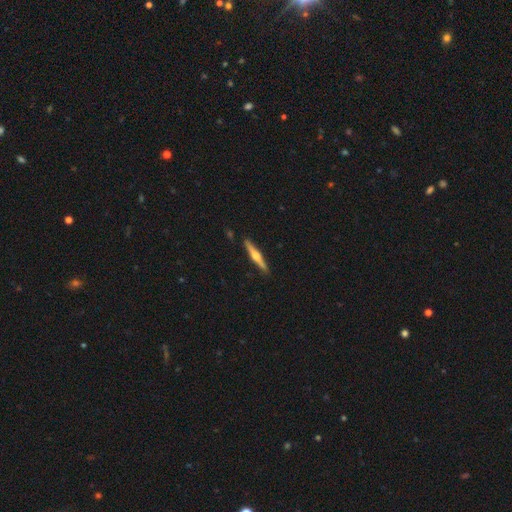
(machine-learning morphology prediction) type=featured or disk (69%); edge-on=yes (98%); edge-on bulge=rounded (87%); merging=none (90%).